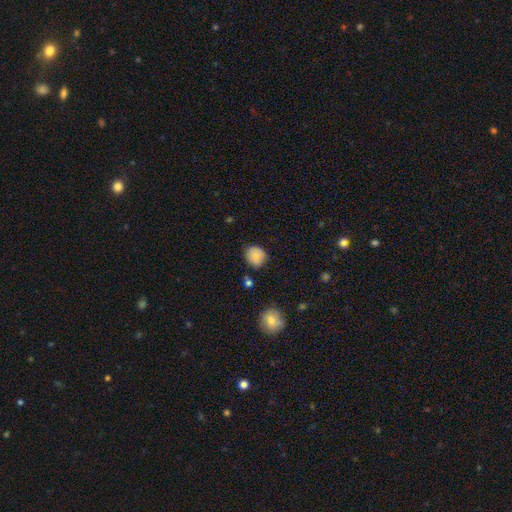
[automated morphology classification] Smooth or featured? smooth (84%)
How rounded? round (79%)
Merging? none (77%)